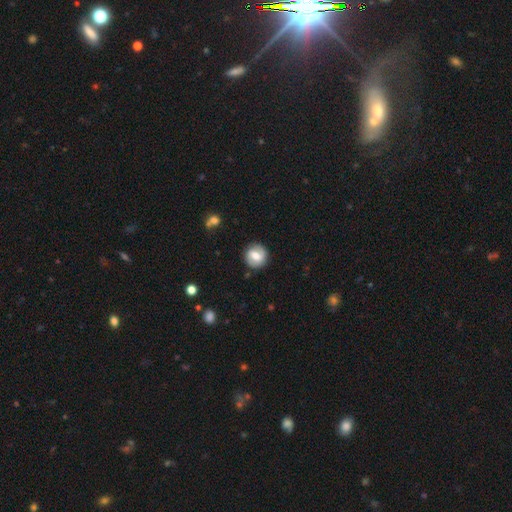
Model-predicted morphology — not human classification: A smooth galaxy with no disk features (56%) that is round (88%).

Vote fractions:
- Smooth or featured? smooth: 56% / featured or disk: 36% / star or artifact: 7%
- How rounded? round: 88% / in between: 11% / cigar-shaped: 1%
- Merging? none: 86% / minor disturbance: 10% / major disturbance: 3% / merger: 1%